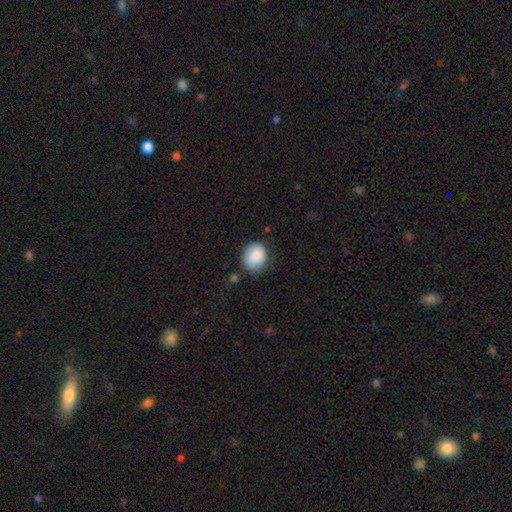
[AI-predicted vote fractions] smooth_or_featured: smooth (p=0.87) [alt: star or artifact p=0.07]
how_rounded: round (p=0.63) [alt: in between p=0.36]
merging: none (p=0.73) [alt: minor disturbance p=0.20]